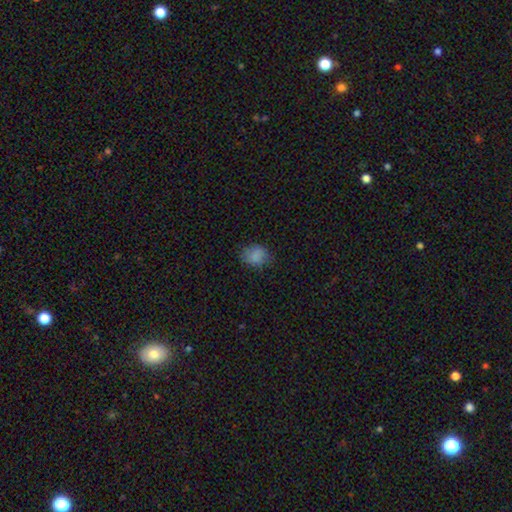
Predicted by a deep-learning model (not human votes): A smooth galaxy with no disk features (83%) that is in between round and cigar-shaped (52%).

Vote fractions:
- Smooth or featured? smooth: 83% / star or artifact: 10% / featured or disk: 7%
- How rounded? in between: 52% / round: 47% / cigar-shaped: 1%
- Merging? none: 72% / minor disturbance: 22% / major disturbance: 6% / merger: 1%